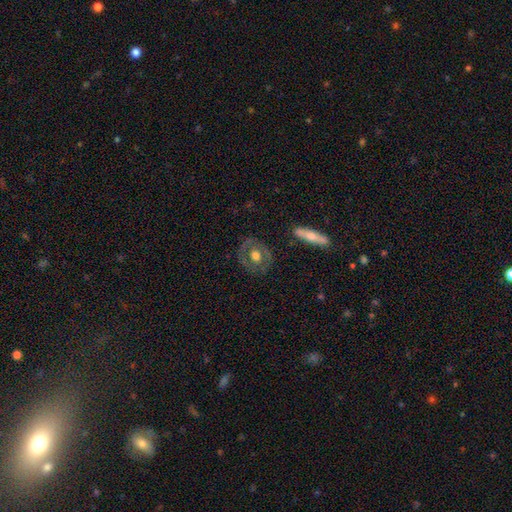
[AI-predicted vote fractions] featured or disk 49%, smooth 44%, star or artifact 6%. Down the decision tree: merging — none (81%).